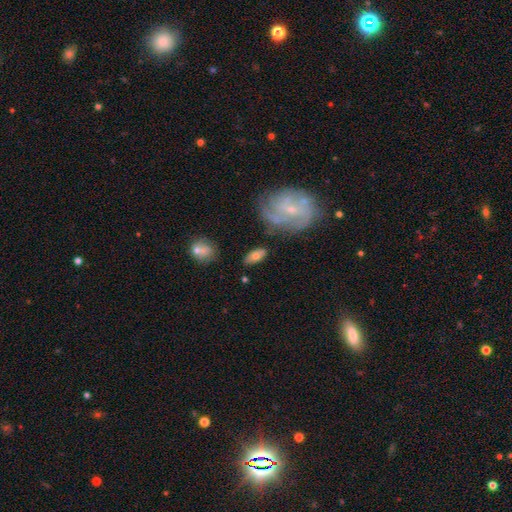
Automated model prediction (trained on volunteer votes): Morphology: type=smooth (61%); roundness=in between (87%); merging=none (75%).